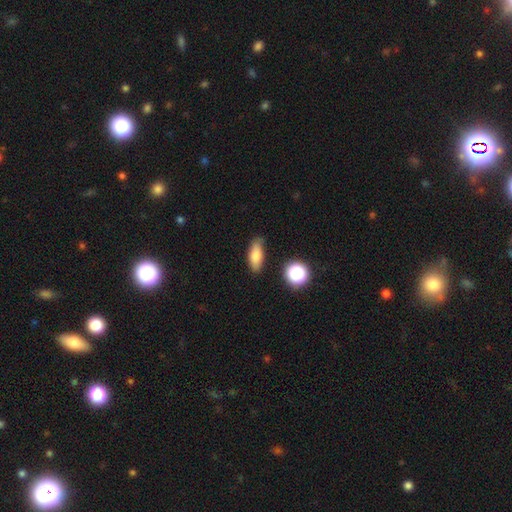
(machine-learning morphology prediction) The model was most divided on "how rounded": in between: 71%, cigar-shaped: 22%, round: 7%. More confident: smooth or featured — smooth (80%); merging — none (74%).